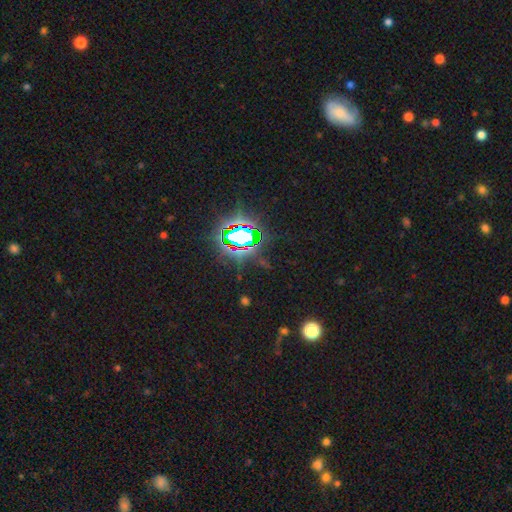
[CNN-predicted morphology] The model was most divided on "smooth or featured": star or artifact: 80%, smooth: 12%, featured or disk: 8%.